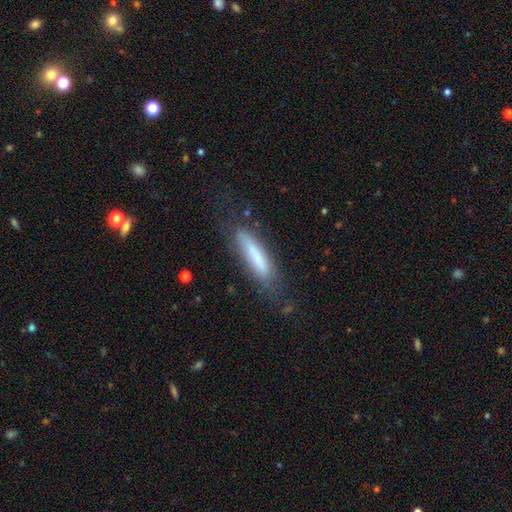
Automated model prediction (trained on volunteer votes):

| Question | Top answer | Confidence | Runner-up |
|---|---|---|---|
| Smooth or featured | smooth | 67% | featured or disk (26%) |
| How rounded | cigar-shaped | 82% | in between (17%) |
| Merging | none | 69% | minor disturbance (20%) |